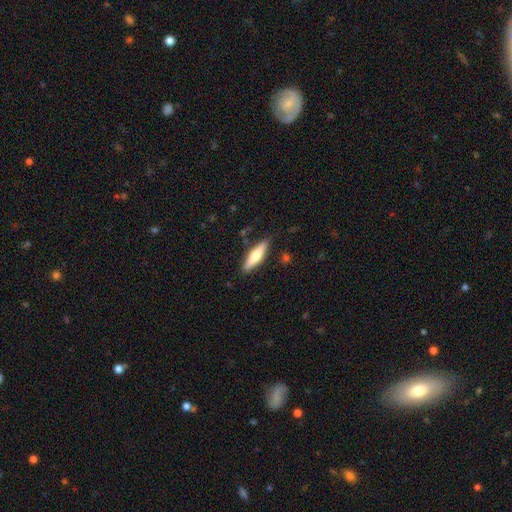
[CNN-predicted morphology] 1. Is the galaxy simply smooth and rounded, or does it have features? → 56% smooth, 38% featured or disk, 6% star or artifact.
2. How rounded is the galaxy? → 70% cigar-shaped, 28% in between, 2% round.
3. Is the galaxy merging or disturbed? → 86% none, 10% minor disturbance, 2% major disturbance, 2% merger.